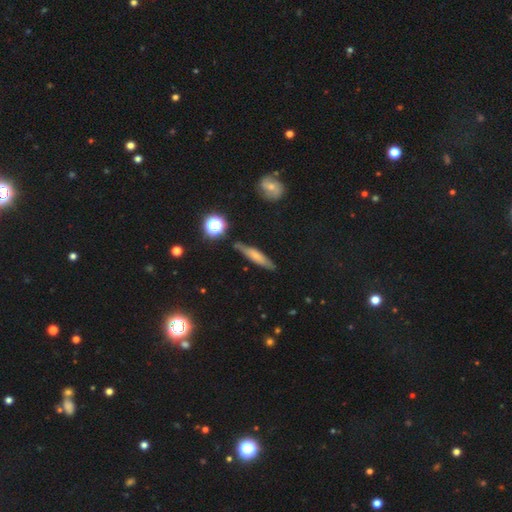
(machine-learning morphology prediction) This appears to be a smooth galaxy with no disk features (53%) that is cigar-shaped (81%). Merging: none (80%).